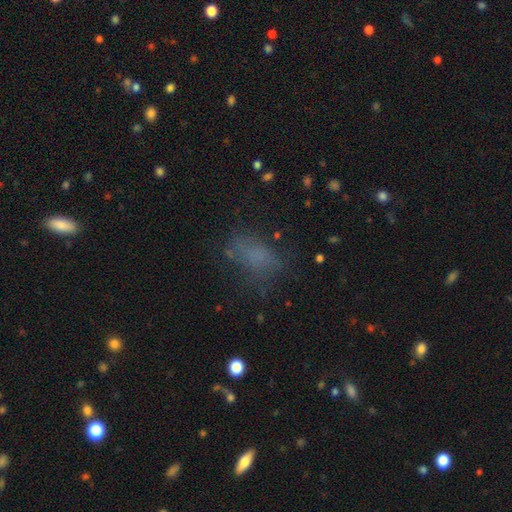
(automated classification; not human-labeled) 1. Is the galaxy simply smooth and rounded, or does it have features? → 63% smooth, 21% star or artifact, 16% featured or disk.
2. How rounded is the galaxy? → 80% in between, 15% round, 5% cigar-shaped.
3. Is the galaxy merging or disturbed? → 56% none, 22% minor disturbance, 20% major disturbance, 3% merger.